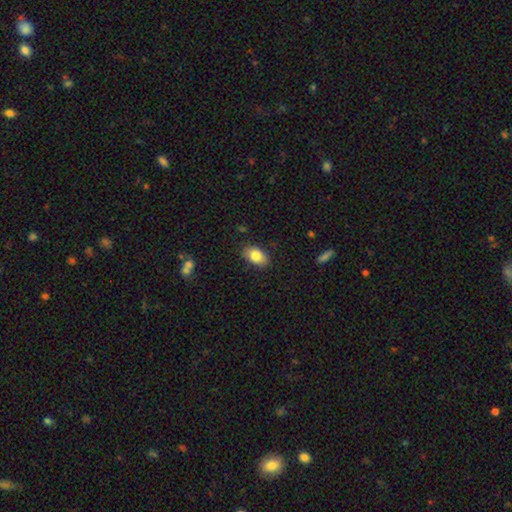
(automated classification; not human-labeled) Smooth or featured: smooth — 82% (featured or disk — 11%)
How rounded: in between — 90% (round — 8%)
Merging: none — 84% (minor disturbance — 12%)